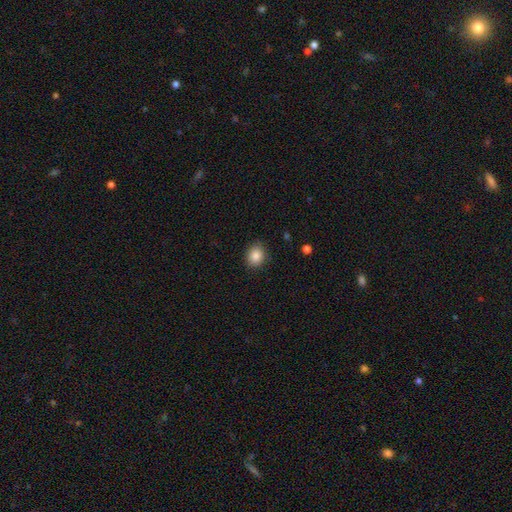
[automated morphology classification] This appears to be a smooth galaxy with no disk features (85%) that is round (67%). Merging: none (87%).